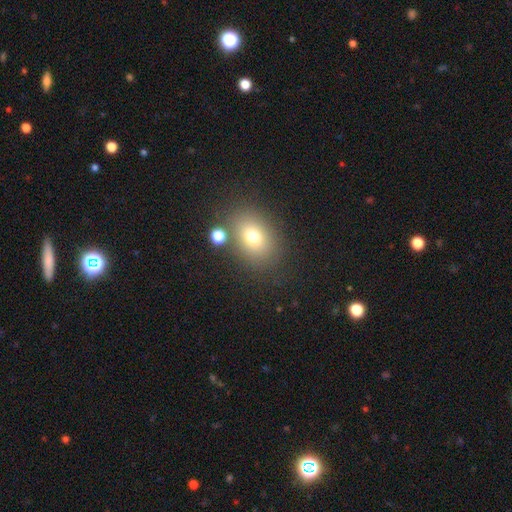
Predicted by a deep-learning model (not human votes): smooth_or_featured: smooth (p=0.63) [alt: star or artifact p=0.27]
how_rounded: in between (p=0.54) [alt: round p=0.44]
merging: none (p=0.83) [alt: minor disturbance p=0.08]